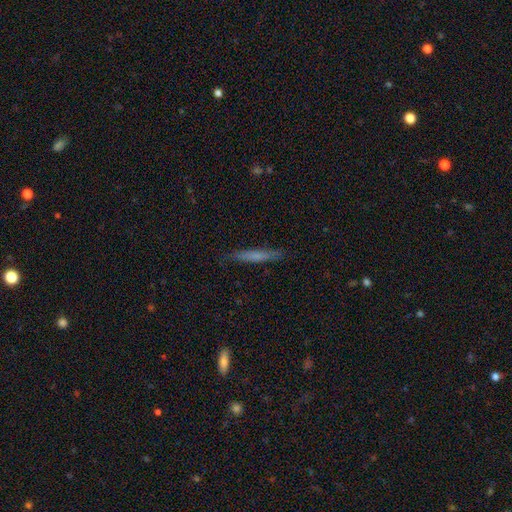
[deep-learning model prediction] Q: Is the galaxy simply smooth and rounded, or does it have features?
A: smooth — 61%.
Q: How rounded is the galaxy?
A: cigar-shaped — 95%.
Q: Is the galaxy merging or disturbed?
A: none — 87%.